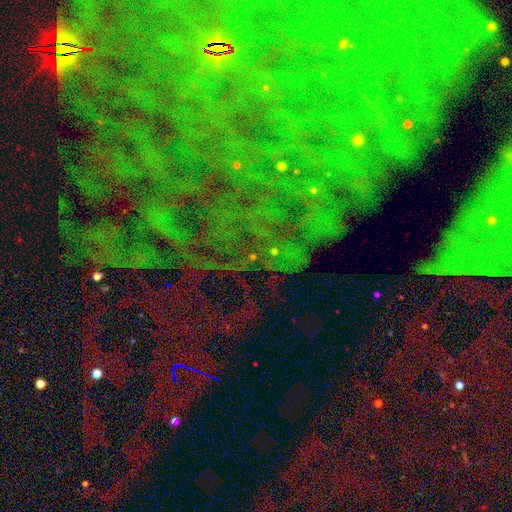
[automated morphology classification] type=star or artifact (82%).